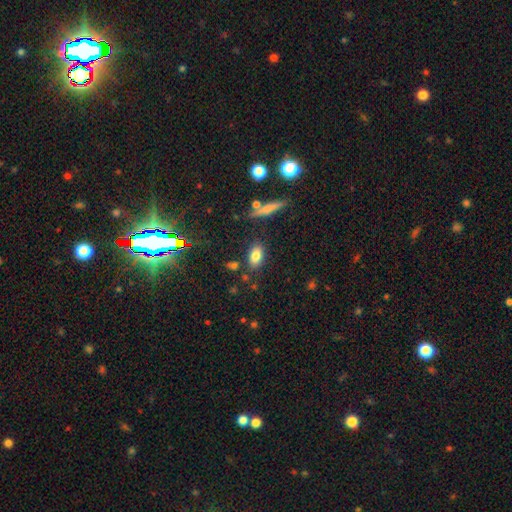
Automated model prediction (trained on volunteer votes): A smooth galaxy with no disk features (80%) that is in between round and cigar-shaped (87%).

Vote fractions:
- Smooth or featured? smooth: 80% / featured or disk: 10% / star or artifact: 10%
- How rounded? in between: 87% / round: 8% / cigar-shaped: 5%
- Merging? none: 79% / minor disturbance: 12% / merger: 5% / major disturbance: 4%